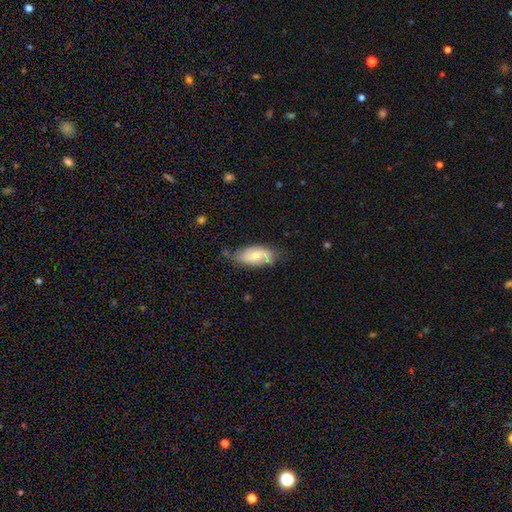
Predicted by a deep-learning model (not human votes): This appears to be a featured or disk galaxy (53%). Merging: none (59%).